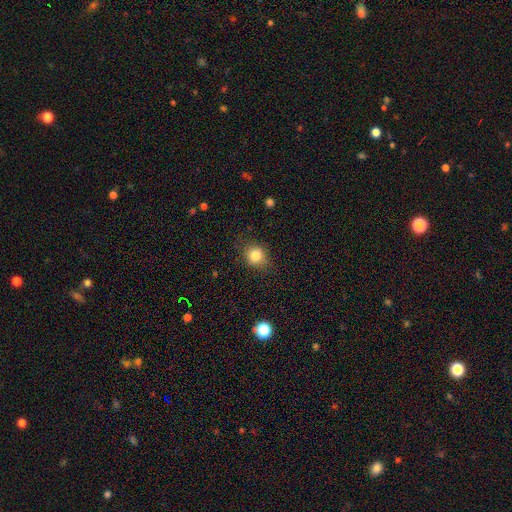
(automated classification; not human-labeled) A smooth galaxy with no disk features (82%) that is round (70%). Merging: none (80%).